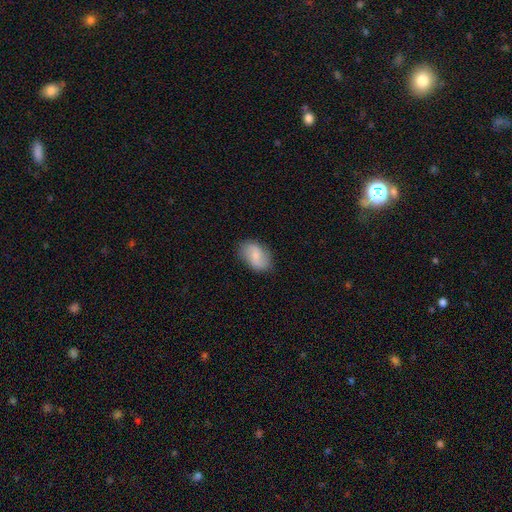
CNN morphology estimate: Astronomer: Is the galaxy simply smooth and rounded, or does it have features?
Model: smooth — 59% (runner-up: featured or disk, 34%).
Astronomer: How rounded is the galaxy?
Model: in between — 88%.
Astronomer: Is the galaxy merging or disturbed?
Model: none — 80%.